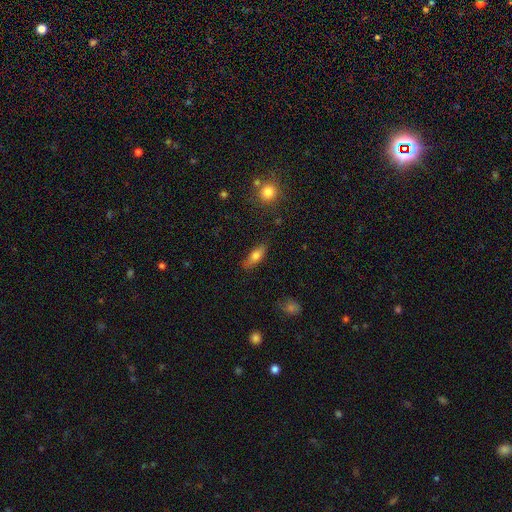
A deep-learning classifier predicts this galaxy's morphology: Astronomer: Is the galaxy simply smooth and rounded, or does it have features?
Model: smooth — 65%.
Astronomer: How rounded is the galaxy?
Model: in between — 58% (runner-up: cigar-shaped, 39%).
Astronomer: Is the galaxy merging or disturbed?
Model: none — 83%.